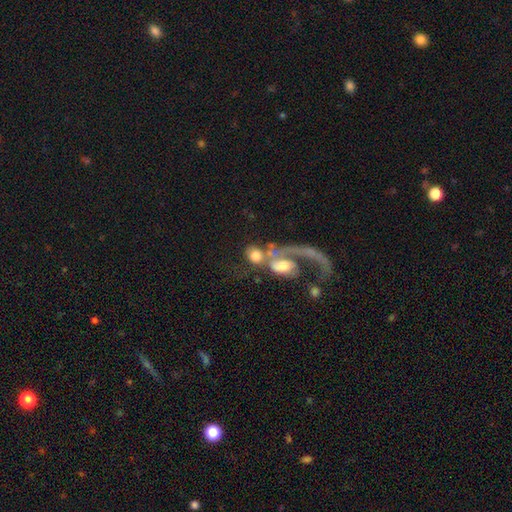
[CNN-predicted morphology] smooth-or-featured: smooth: 59% | featured or disk: 32% | star or artifact: 9%
  how-rounded: round: 52% | in between: 45% | cigar-shaped: 3%
  merging: merger: 57% | major disturbance: 18% | none: 18% | minor disturbance: 7%